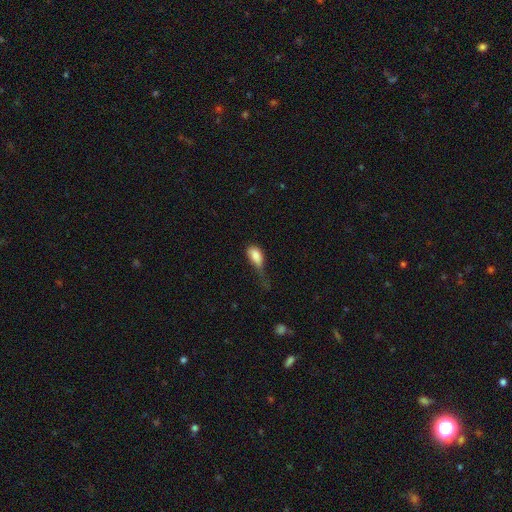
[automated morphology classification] A smooth galaxy with no disk features (81%) that is in between round and cigar-shaped (86%). Merging: major disturbance (44%).